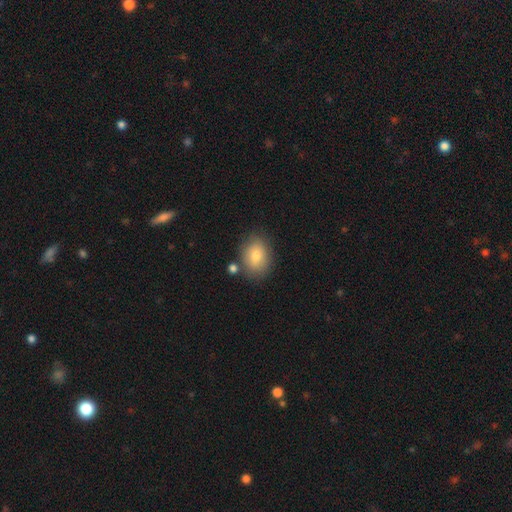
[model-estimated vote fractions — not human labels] Overall: smooth (77%). How rounded: in between (74%). Merging: none (76%).